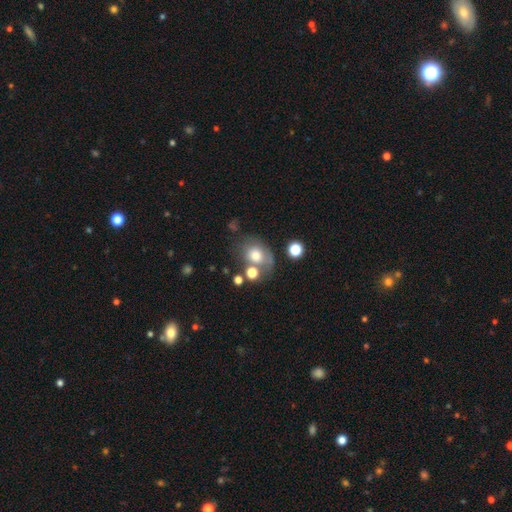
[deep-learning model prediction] Smooth or featured: smooth — 69% (featured or disk — 19%)
How rounded: in between — 51% (round — 47%)
Merging: none — 45% (minor disturbance — 22%)